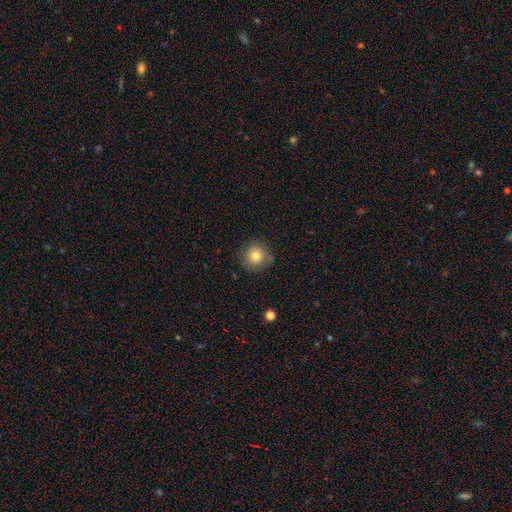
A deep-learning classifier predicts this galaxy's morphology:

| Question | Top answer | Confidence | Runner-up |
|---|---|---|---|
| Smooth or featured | smooth | 80% | star or artifact (11%) |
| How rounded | round | 92% | in between (7%) |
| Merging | none | 81% | minor disturbance (15%) |